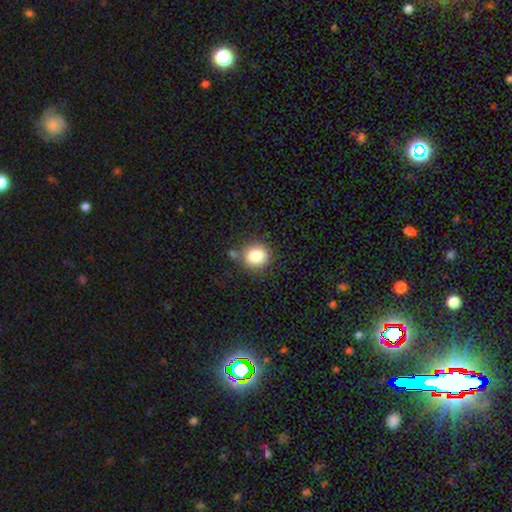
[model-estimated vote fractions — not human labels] smooth_or_featured: smooth (p=0.85) [alt: star or artifact p=0.09]
how_rounded: round (p=0.84) [alt: in between p=0.15]
merging: none (p=0.76) [alt: minor disturbance p=0.13]